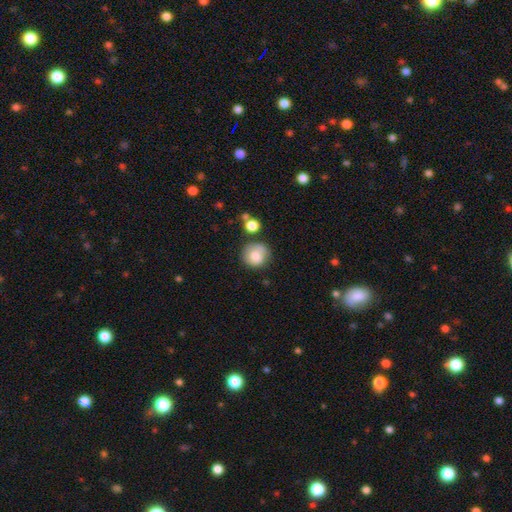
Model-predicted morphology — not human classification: The model was most divided on "merging": none: 58%, minor disturbance: 22%, merger: 12%, major disturbance: 8%. More confident: how rounded — round (87%); smooth or featured — smooth (76%).